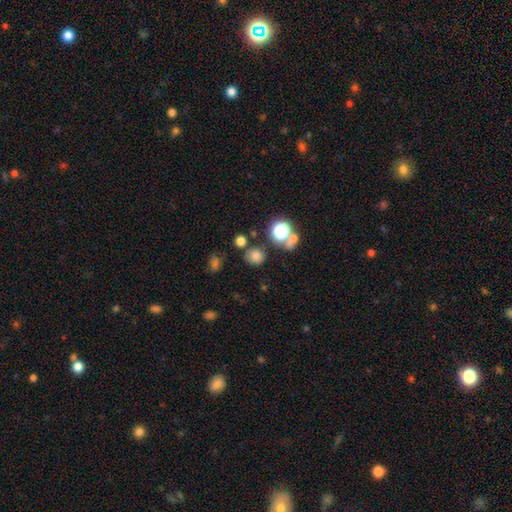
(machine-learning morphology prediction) A smooth galaxy with no disk features (73%) that is round (85%).

Vote fractions:
- Smooth or featured? smooth: 73% / star or artifact: 19% / featured or disk: 8%
- How rounded? round: 85% / in between: 13% / cigar-shaped: 1%
- Merging? none: 75% / minor disturbance: 12% / merger: 9% / major disturbance: 4%